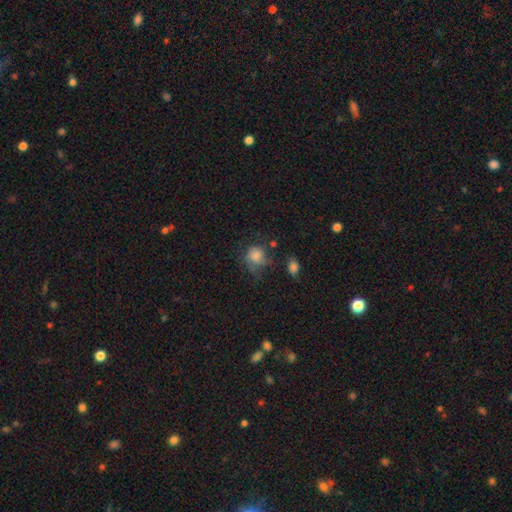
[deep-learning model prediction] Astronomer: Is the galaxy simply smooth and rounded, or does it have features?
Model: smooth — 64%.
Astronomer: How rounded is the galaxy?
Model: round — 71%.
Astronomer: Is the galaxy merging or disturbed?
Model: none — 43% (runner-up: minor disturbance, 26%).